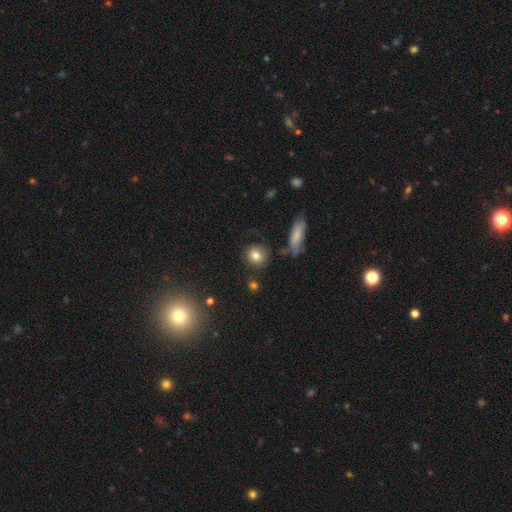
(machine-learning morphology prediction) Smooth or featured? Predicted: smooth (p=0.79). How rounded? Predicted: round (p=0.83). Merging? Predicted: none (p=0.75).